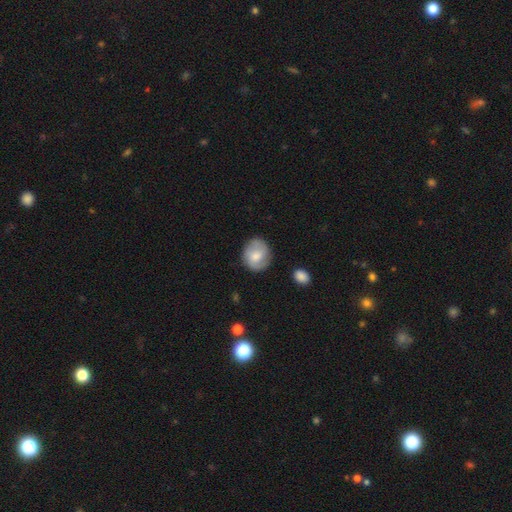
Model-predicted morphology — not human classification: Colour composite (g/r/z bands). It shows a smooth galaxy with no disk features (63%) that is round (70%). Merging: none (75%).